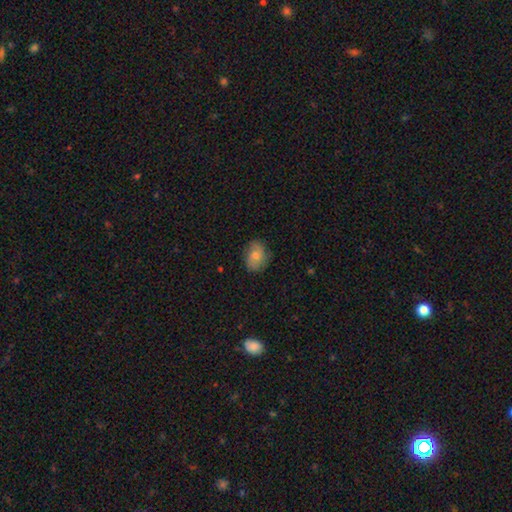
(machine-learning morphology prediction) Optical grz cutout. It shows a smooth galaxy with no disk features (65%) that is in between round and cigar-shaped (61%). Merging: none (78%).